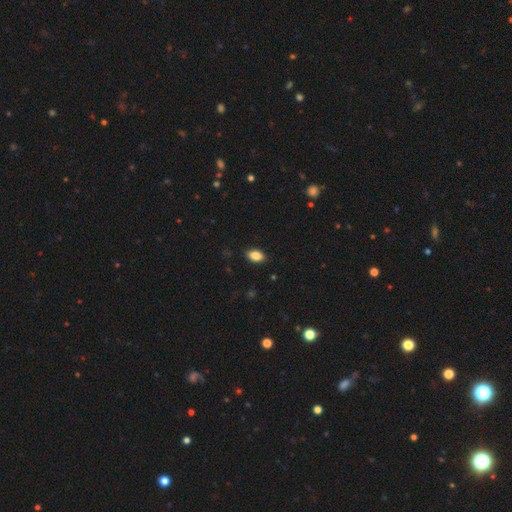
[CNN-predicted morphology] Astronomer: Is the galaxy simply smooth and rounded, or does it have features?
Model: smooth — 86%.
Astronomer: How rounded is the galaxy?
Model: in between — 89%.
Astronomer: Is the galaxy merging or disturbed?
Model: none — 87%.